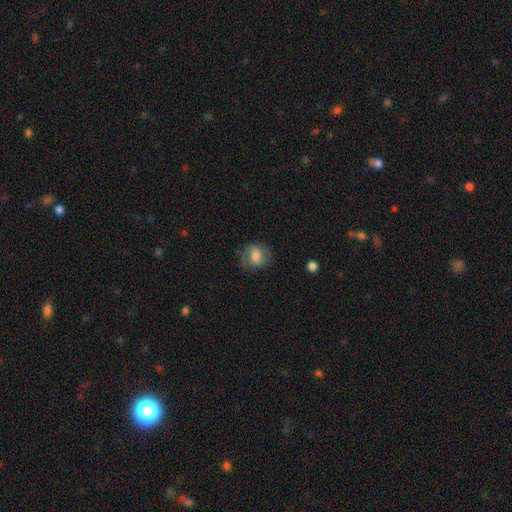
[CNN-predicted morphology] The model was most divided on "how rounded": round: 61%, in between: 37%, cigar-shaped: 1%. More confident: merging — none (71%); smooth or featured — smooth (63%).